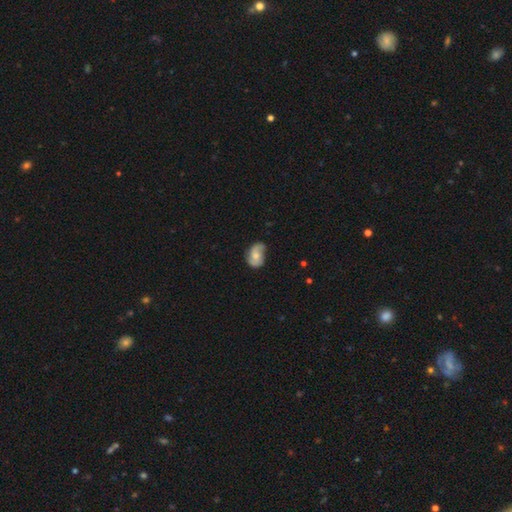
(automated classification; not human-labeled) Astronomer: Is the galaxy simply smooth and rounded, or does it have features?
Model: featured or disk — 48% (runner-up: smooth, 44%).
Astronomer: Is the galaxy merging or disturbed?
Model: none — 51% (runner-up: minor disturbance, 35%).